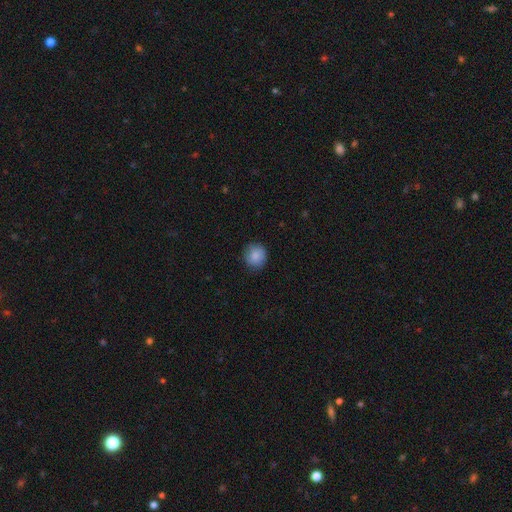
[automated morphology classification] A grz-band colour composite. It shows a smooth galaxy with no disk features (86%) that is round (89%). Merging: none (85%).